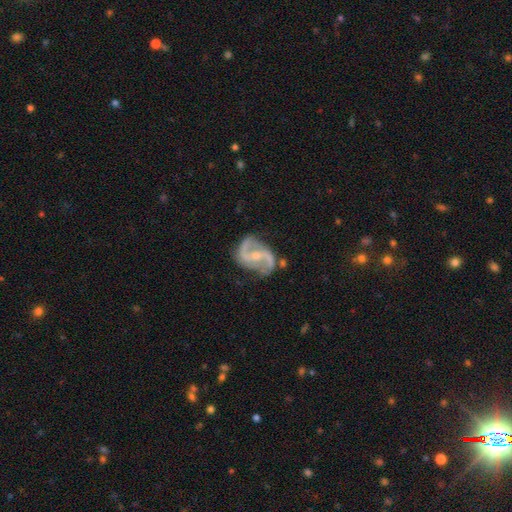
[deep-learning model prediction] Overall: featured or disk (90%). Edge-on disk: no (98%). Bar: weak (42%; no 32%). Spiral arms: yes (97%). Spiral arm count: 2 (92%). Spiral winding: medium (44%, tied with loose). Bulge size: small (57%; moderate 38%). Merging: none (69%).